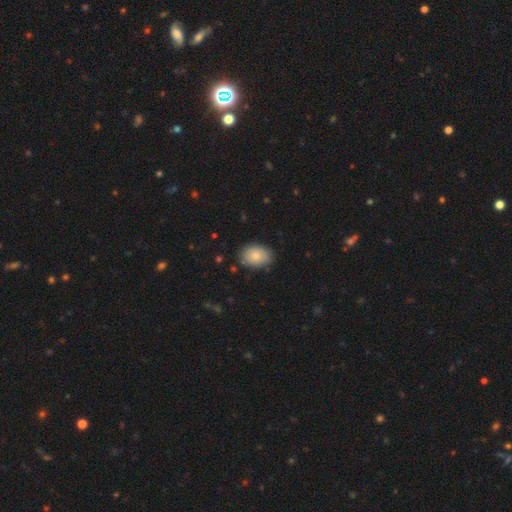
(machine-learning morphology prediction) smooth-or-featured: smooth: 82% | featured or disk: 11% | star or artifact: 7%
  how-rounded: in between: 80% | round: 19% | cigar-shaped: 1%
  merging: none: 84% | minor disturbance: 12% | major disturbance: 3% | merger: 1%